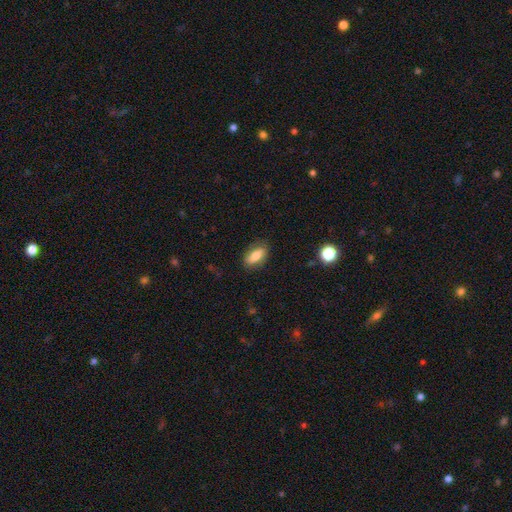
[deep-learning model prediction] Overall: smooth (73%). How rounded: in between (82%). Merging: none (80%).